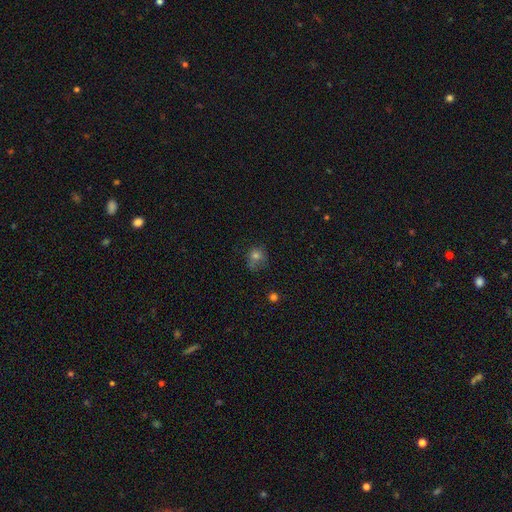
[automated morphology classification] smooth-or-featured: smooth: 69% | star or artifact: 18% | featured or disk: 13%
  how-rounded: round: 70% | in between: 29% | cigar-shaped: 1%
  merging: none: 51% | minor disturbance: 28% | major disturbance: 16% | merger: 5%